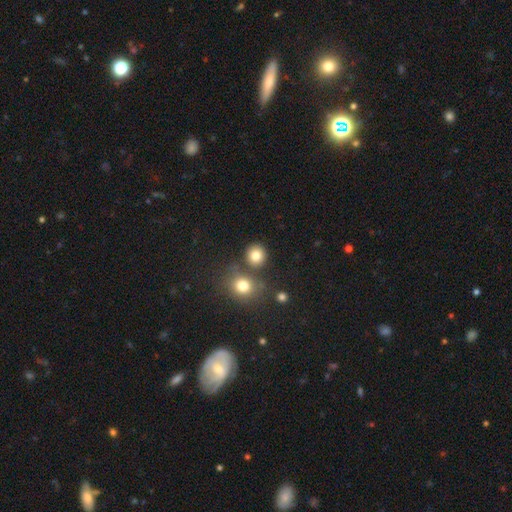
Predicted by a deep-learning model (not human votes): This appears to be a smooth galaxy with no disk features (81%) that is round (87%). Merging: none (77%).